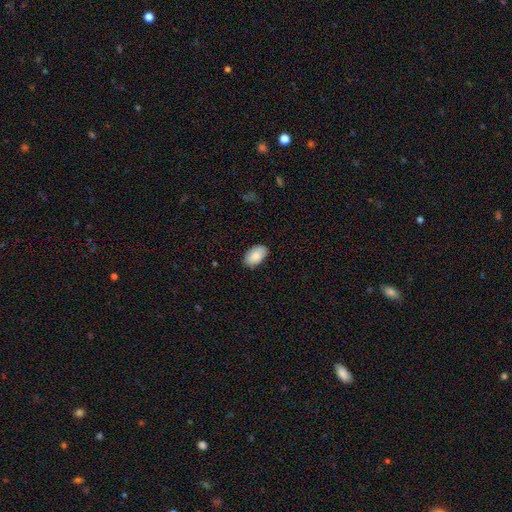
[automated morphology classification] Overall: smooth (88%). How rounded: in between (94%). Merging: none (85%).